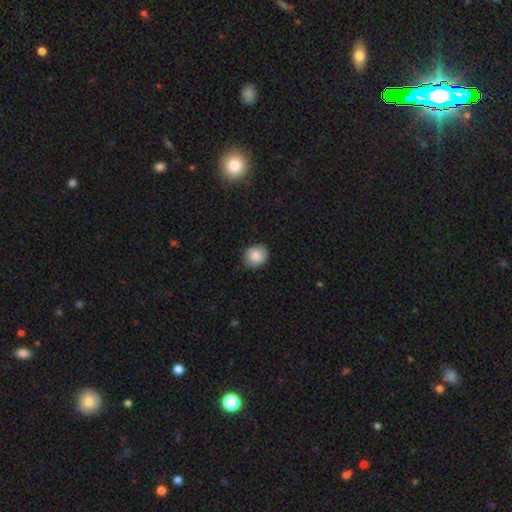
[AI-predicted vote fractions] Overall: smooth (84%). How rounded: round (78%). Merging: none (85%).